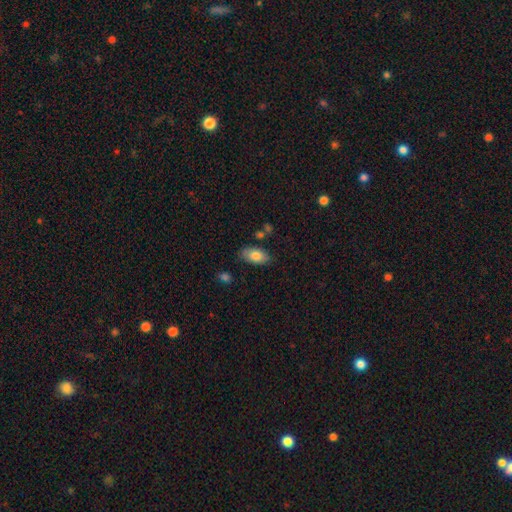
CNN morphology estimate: smooth 80%, featured or disk 14%, star or artifact 7%. Down the decision tree: how rounded — in between (93%); merging — none (82%).